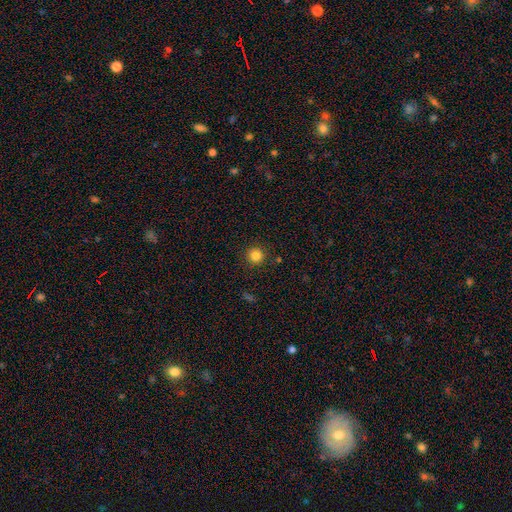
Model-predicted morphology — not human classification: Smooth or featured?
  - smooth: 83% *
  - star or artifact: 12%
  - featured or disk: 4%
How rounded?
  - round: 95% *
  - in between: 4%
  - cigar-shaped: 1%
Merging?
  - none: 91% *
  - minor disturbance: 6%
  - major disturbance: 2%
  - merger: 1%